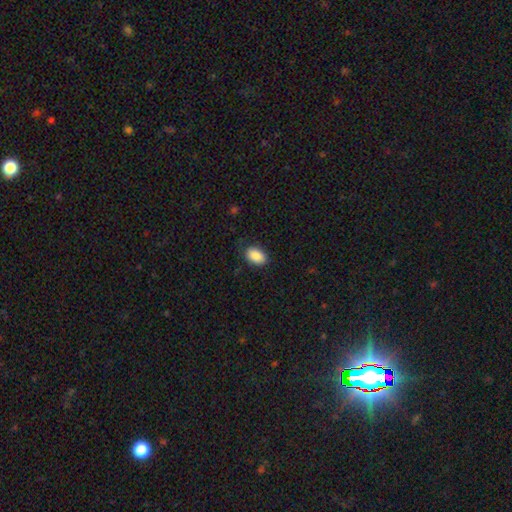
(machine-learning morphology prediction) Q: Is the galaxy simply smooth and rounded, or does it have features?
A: smooth — 88%.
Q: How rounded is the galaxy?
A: in between — 88%.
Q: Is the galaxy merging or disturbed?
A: none — 81%.